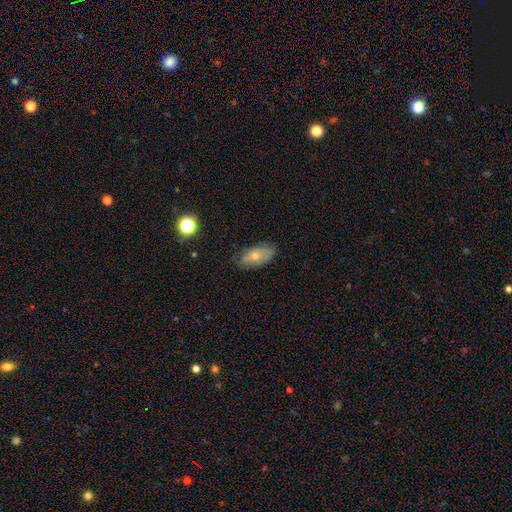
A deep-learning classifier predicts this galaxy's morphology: smooth_or_featured: smooth (p=0.68) [alt: featured or disk p=0.25]
how_rounded: in between (p=0.90) [alt: cigar-shaped p=0.06]
merging: none (p=0.74) [alt: minor disturbance p=0.21]